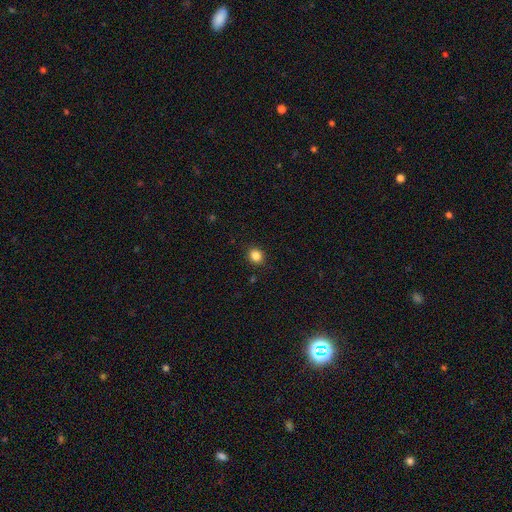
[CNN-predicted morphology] Overall: smooth (85%). How rounded: round (69%; in between 30%). Merging: none (90%).